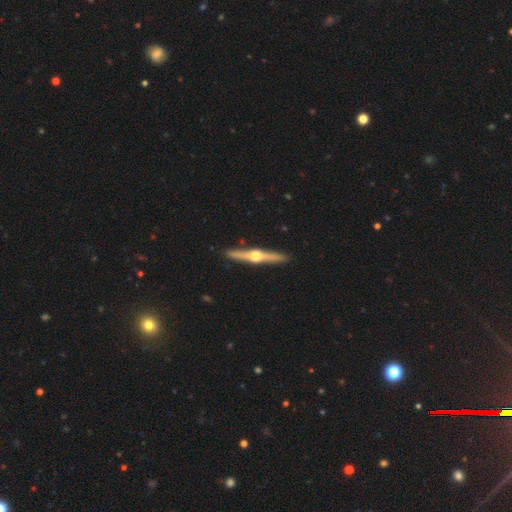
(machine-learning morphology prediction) This appears to be a featured or disk galaxy (81%) viewed edge-on (98%) with a rounded central bulge (96%). Merging: none (92%).